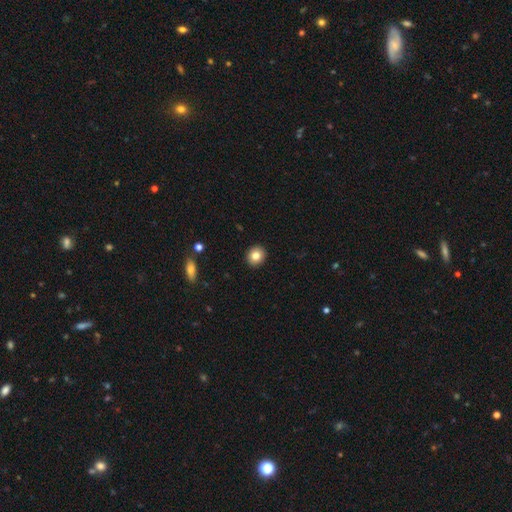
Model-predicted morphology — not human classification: type=smooth (83%); roundness=round (84%); merging=none (92%).